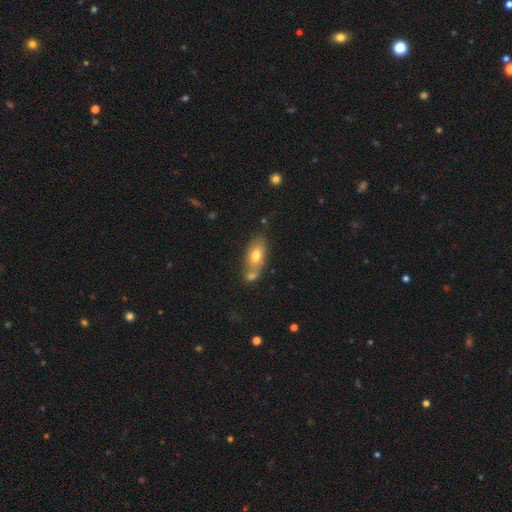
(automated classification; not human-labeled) Q: Smooth or featured?
A: smooth (70%); runner-up: featured or disk (22%)
Q: How rounded?
A: in between (82%); runner-up: cigar-shaped (11%)
Q: Merging?
A: none (49%); runner-up: merger (32%)